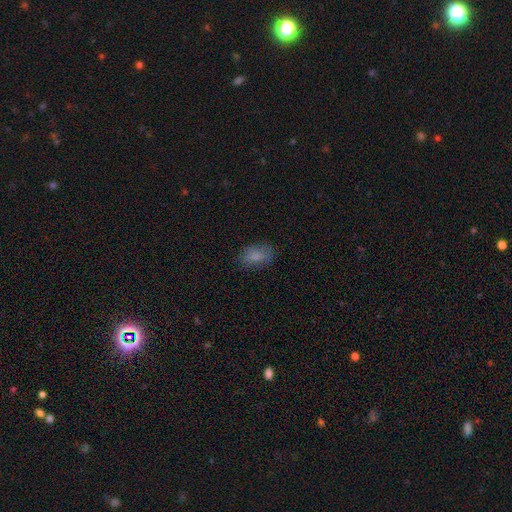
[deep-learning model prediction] Smooth or featured: smooth — 81% (featured or disk — 10%)
How rounded: in between — 89% (round — 8%)
Merging: none — 75% (minor disturbance — 18%)